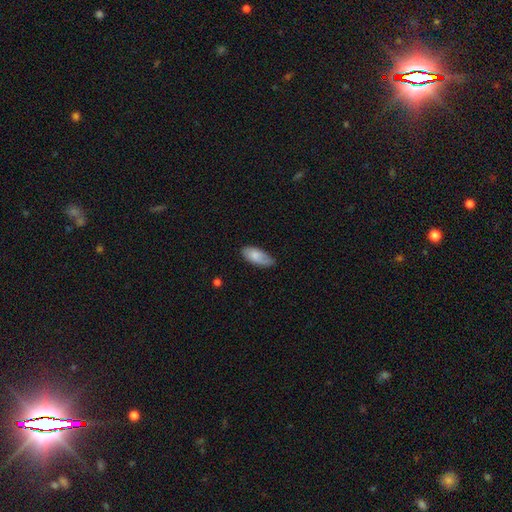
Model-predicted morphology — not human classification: Smooth or featured? Predicted: smooth (p=0.83). How rounded? Predicted: in between (p=0.89). Merging? Predicted: none (p=0.68).